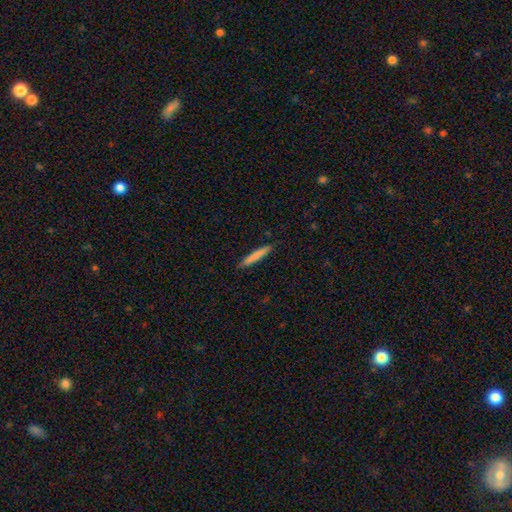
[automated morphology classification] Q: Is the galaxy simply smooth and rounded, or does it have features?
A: smooth — 78%.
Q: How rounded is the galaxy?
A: cigar-shaped — 95%.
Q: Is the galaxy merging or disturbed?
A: none — 90%.